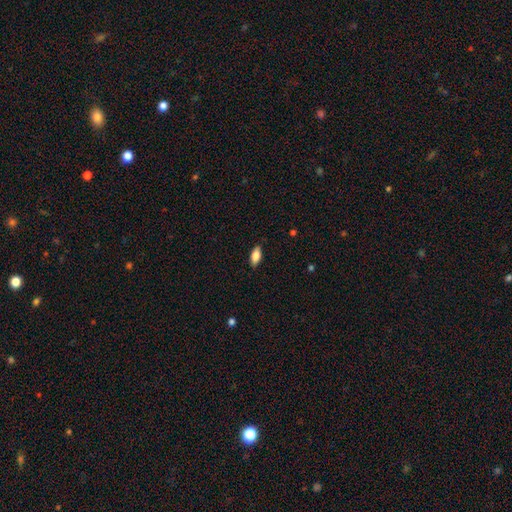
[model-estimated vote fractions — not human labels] A smooth galaxy with no disk features (83%) that is in between round and cigar-shaped (87%).

Vote fractions:
- Smooth or featured? smooth: 83% / featured or disk: 11% / star or artifact: 7%
- How rounded? in between: 87% / cigar-shaped: 11% / round: 2%
- Merging? none: 87% / minor disturbance: 10% / major disturbance: 2% / merger: 1%